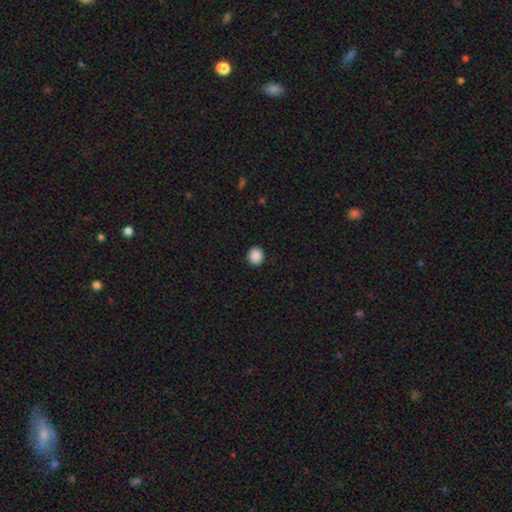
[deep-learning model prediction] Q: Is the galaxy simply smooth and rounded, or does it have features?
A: smooth — 89%.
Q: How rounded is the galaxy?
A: round — 87%.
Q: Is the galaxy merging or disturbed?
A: none — 92%.